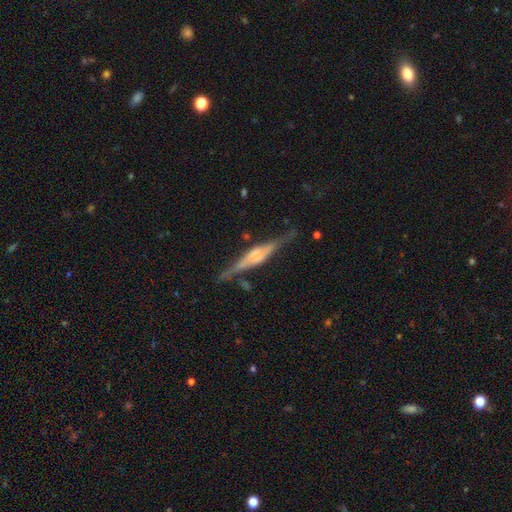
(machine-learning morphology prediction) featured or disk 80%, smooth 14%, star or artifact 6%. Down the decision tree: edge-on disk — yes (96%); edge-on bulge — rounded (49%); merging — none (78%).